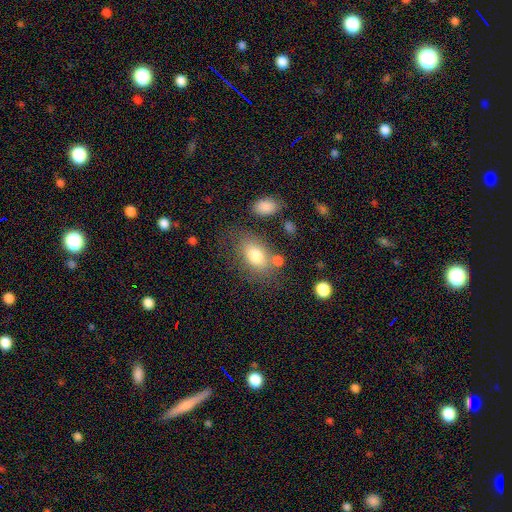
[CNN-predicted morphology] This is likely a smooth galaxy (77%). How rounded: clearly in between (85%). Merging: likely none (61%).